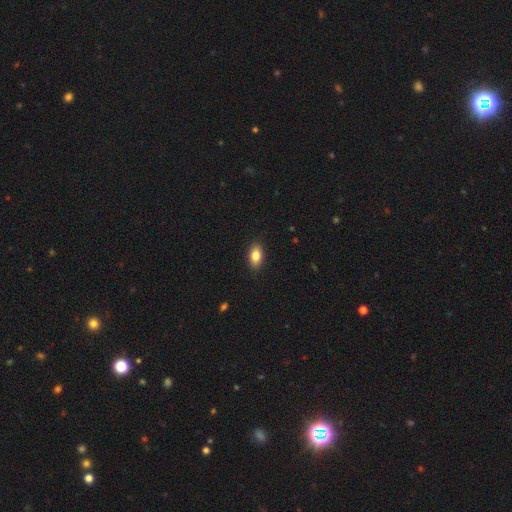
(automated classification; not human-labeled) A smooth galaxy with no disk features (83%) that is in between round and cigar-shaped (89%). Merging: none (90%).